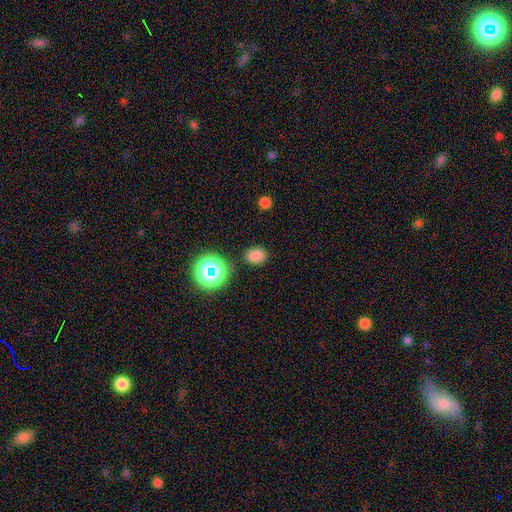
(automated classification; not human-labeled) Smooth or featured? smooth (78%)
How rounded? in between (62%)
Merging? none (84%)